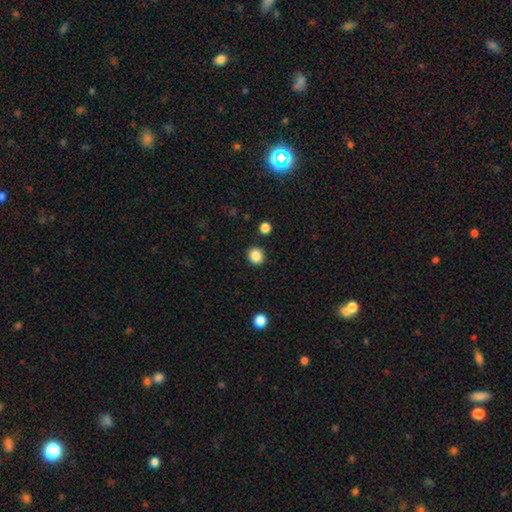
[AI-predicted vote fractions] This is clearly a smooth galaxy (86%). How rounded: clearly round (86%). Merging: clearly none (90%).